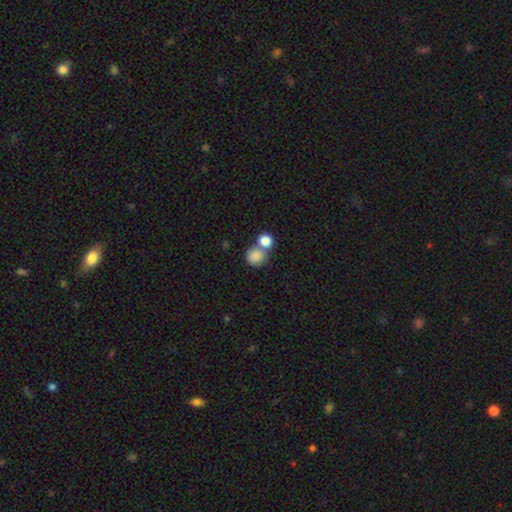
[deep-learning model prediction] smooth 83%, star or artifact 9%, featured or disk 7%. Down the decision tree: how rounded — round (85%); merging — merger (46%).